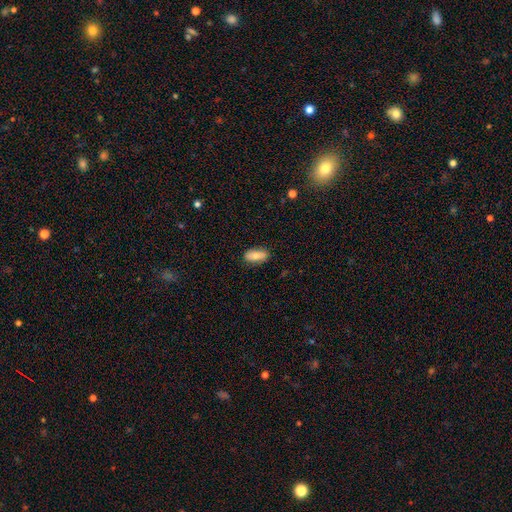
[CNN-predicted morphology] A smooth galaxy with no disk features (69%) that is in between round and cigar-shaped (87%).

Vote fractions:
- Smooth or featured? smooth: 69% / featured or disk: 25% / star or artifact: 7%
- How rounded? in between: 87% / cigar-shaped: 9% / round: 4%
- Merging? none: 84% / minor disturbance: 12% / major disturbance: 2% / merger: 1%